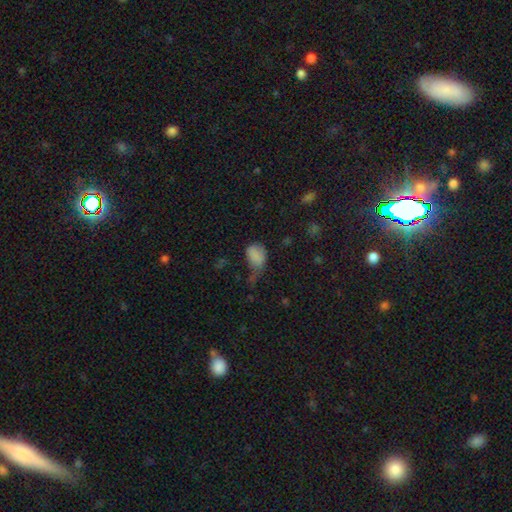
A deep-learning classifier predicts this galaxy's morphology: The model was most divided on "merging": major disturbance: 35%, minor disturbance: 34%, none: 25%, merger: 6%. More confident: smooth or featured — smooth (80%); how rounded — in between (77%).